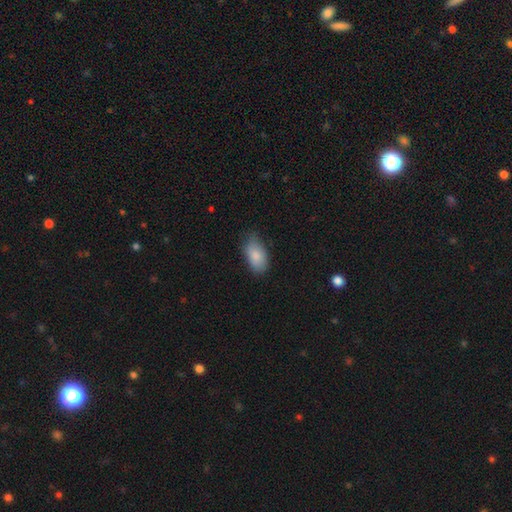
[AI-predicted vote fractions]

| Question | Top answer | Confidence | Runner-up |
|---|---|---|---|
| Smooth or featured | smooth | 85% | featured or disk (8%) |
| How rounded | in between | 93% | round (5%) |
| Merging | none | 66% | minor disturbance (27%) |